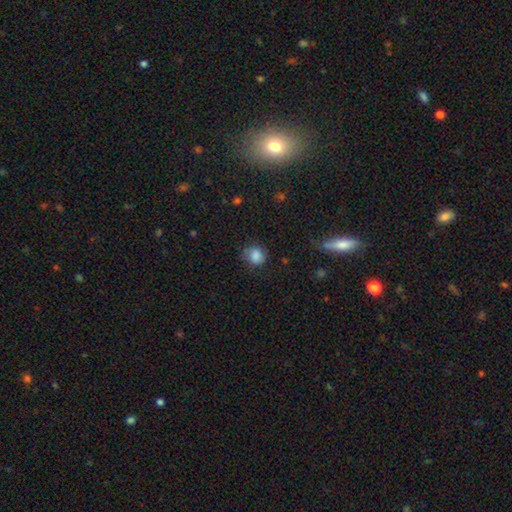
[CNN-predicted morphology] Overall: smooth (83%). How rounded: round (76%). Merging: none (67%).